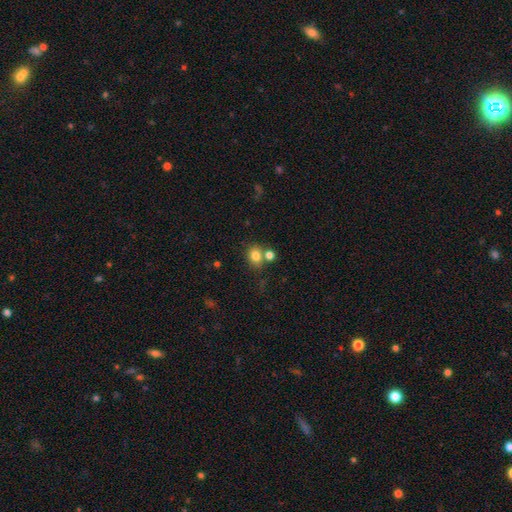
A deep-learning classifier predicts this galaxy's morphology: Q: Smooth or featured?
A: smooth (80%); runner-up: star or artifact (12%)
Q: How rounded?
A: round (64%); runner-up: in between (35%)
Q: Merging?
A: none (58%); runner-up: merger (27%)